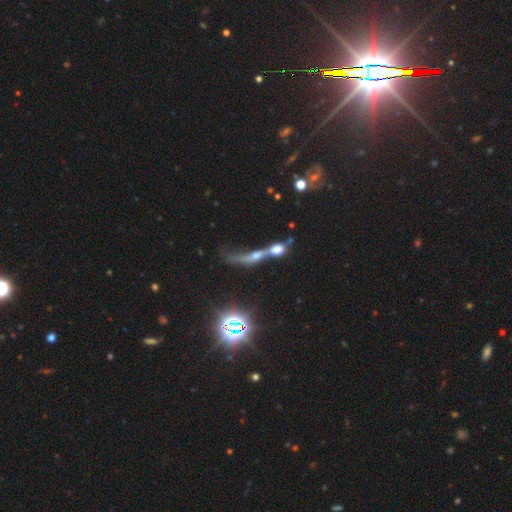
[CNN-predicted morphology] featured or disk 43%, smooth 34%, star or artifact 22%. Down the decision tree: merging — merger (71%).